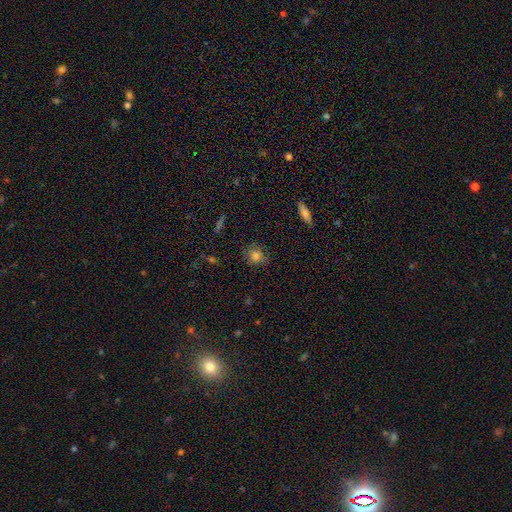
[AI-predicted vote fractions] Smooth or featured? Predicted: smooth (p=0.80). How rounded? Predicted: round (p=0.79). Merging? Predicted: none (p=0.78).